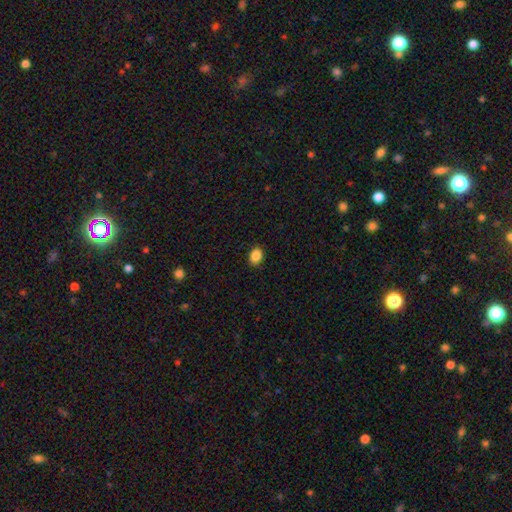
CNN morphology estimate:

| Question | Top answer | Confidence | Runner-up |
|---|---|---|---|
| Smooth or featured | smooth | 88% | star or artifact (9%) |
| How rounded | in between | 68% | round (31%) |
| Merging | none | 89% | minor disturbance (8%) |